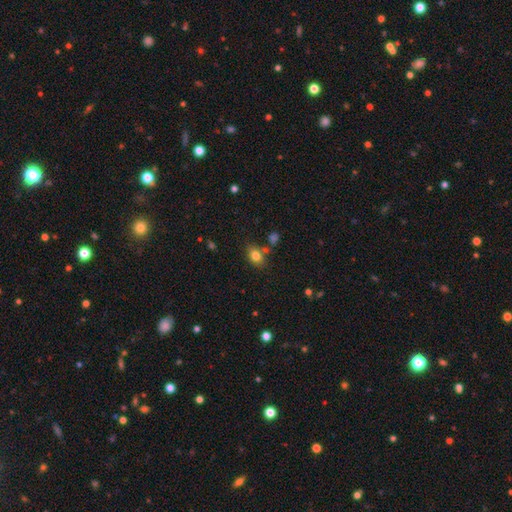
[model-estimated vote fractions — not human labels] smooth-or-featured: smooth: 80% | star or artifact: 11% | featured or disk: 9%
  how-rounded: in between: 67% | round: 31% | cigar-shaped: 2%
  merging: none: 69% | minor disturbance: 16% | merger: 10% | major disturbance: 5%